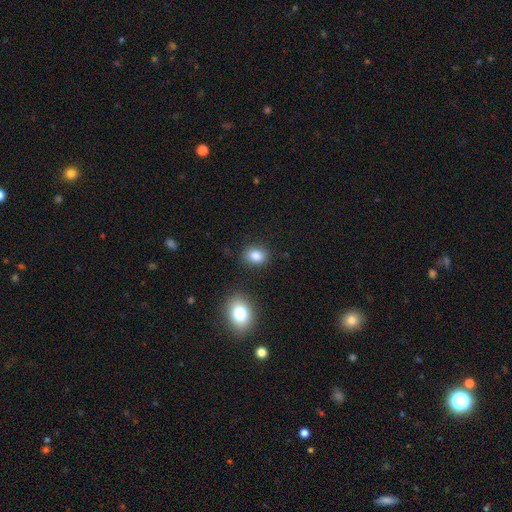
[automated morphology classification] This is clearly a smooth galaxy (84%). How rounded: possibly in between (60%). Merging: clearly none (84%).